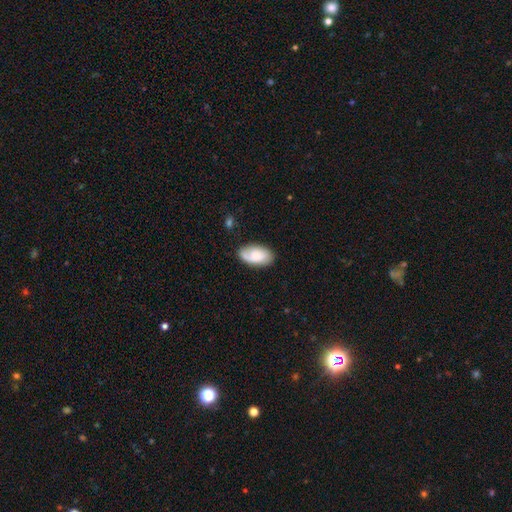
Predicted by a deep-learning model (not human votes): The model was most divided on "smooth or featured": smooth: 66%, featured or disk: 27%, star or artifact: 7%. More confident: how rounded — in between (94%); merging — none (76%).